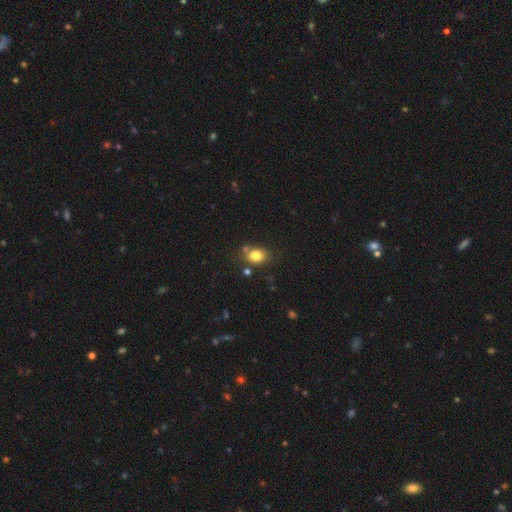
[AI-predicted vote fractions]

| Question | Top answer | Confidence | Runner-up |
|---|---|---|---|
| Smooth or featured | smooth | 81% | star or artifact (11%) |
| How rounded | in between | 52% | round (47%) |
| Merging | none | 70% | minor disturbance (14%) |